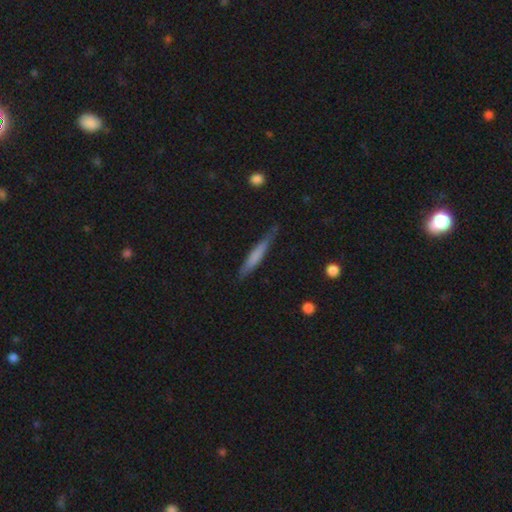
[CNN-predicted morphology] A smooth galaxy with no disk features (64%) that is cigar-shaped (94%).

Vote fractions:
- Smooth or featured? smooth: 64% / featured or disk: 30% / star or artifact: 6%
- How rounded? cigar-shaped: 94% / in between: 5% / round: 1%
- Merging? none: 77% / minor disturbance: 18% / major disturbance: 3% / merger: 2%